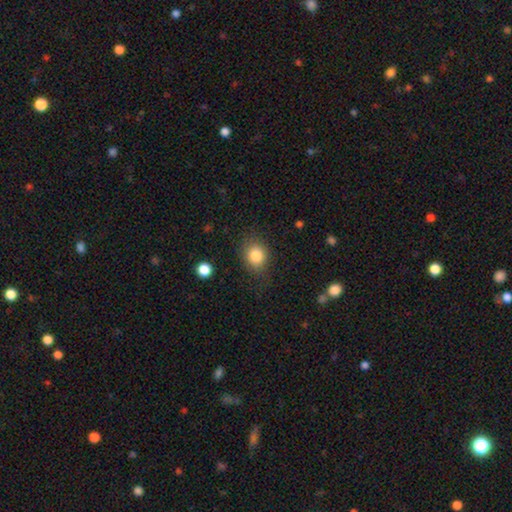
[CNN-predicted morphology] type=smooth (82%); roundness=round (63%); merging=none (78%).